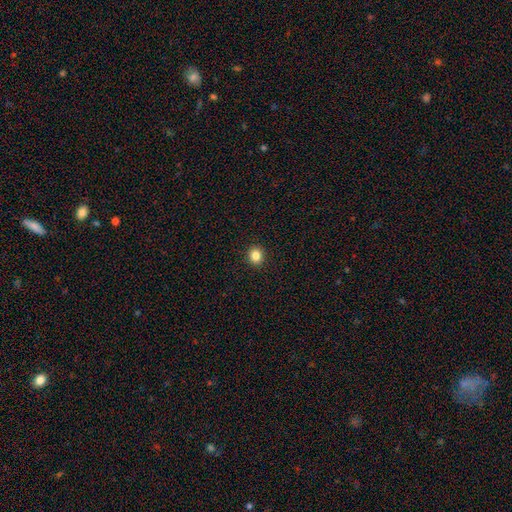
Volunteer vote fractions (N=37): Morphology: type=smooth (92%); roundness=round (85%); merging=none (94%).